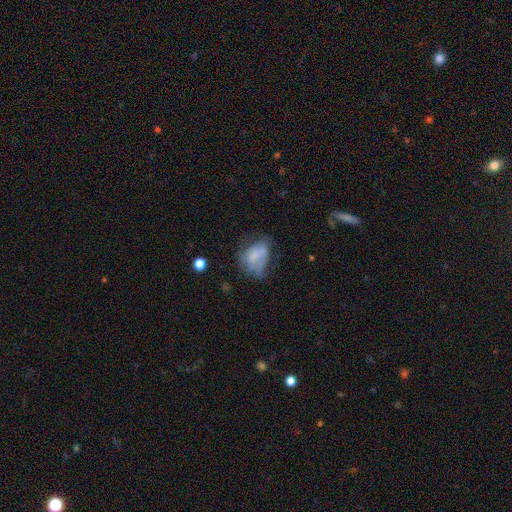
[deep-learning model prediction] A smooth galaxy with no disk features (58%) that is in between round and cigar-shaped (80%). Merging: major disturbance (35%).